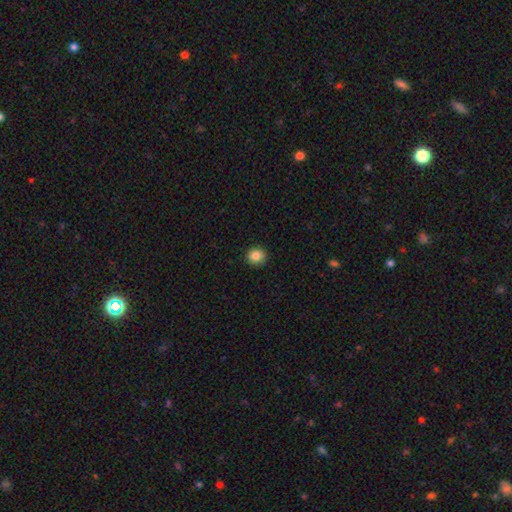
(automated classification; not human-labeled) A smooth galaxy with no disk features (85%) that is round (92%). Merging: none (91%).